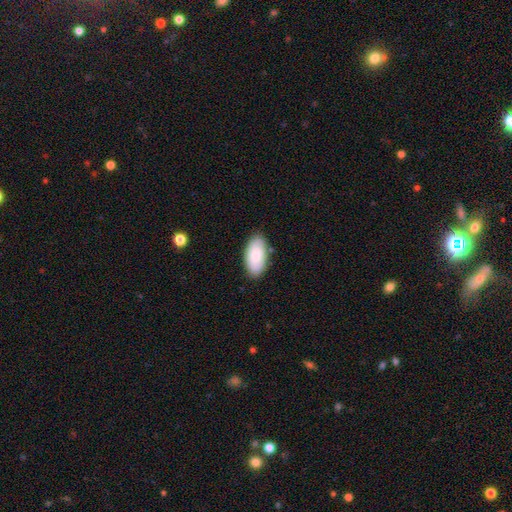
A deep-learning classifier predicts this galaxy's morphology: Q: Smooth or featured?
A: smooth (76%); runner-up: featured or disk (18%)
Q: How rounded?
A: in between (95%); runner-up: cigar-shaped (3%)
Q: Merging?
A: none (82%); runner-up: minor disturbance (14%)